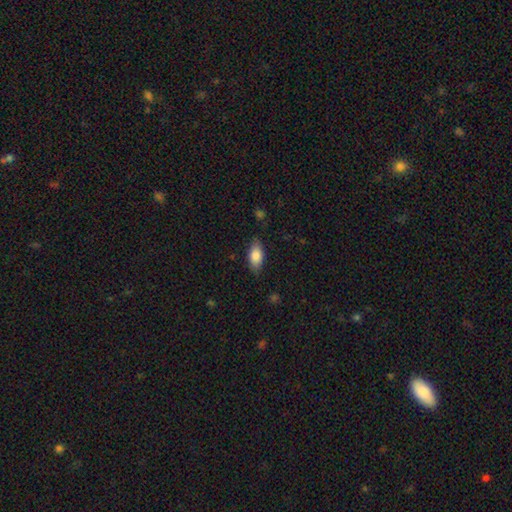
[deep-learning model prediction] Overall: smooth (82%). How rounded: in between (88%). Merging: none (81%).